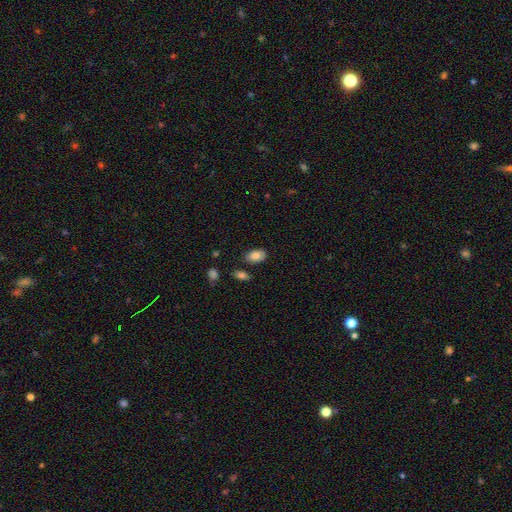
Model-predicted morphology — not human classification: smooth 84%, featured or disk 9%, star or artifact 8%. Down the decision tree: how rounded — in between (91%); merging — none (80%).